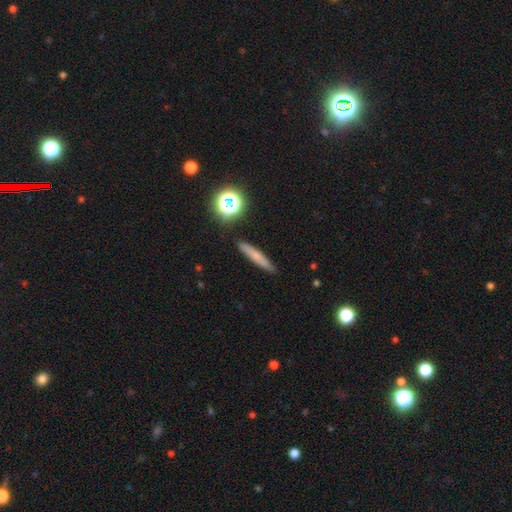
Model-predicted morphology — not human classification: A smooth galaxy with no disk features (64%) that is cigar-shaped (90%).

Vote fractions:
- Smooth or featured? smooth: 64% / featured or disk: 24% / star or artifact: 12%
- How rounded? cigar-shaped: 90% / in between: 7% / round: 3%
- Merging? none: 87% / minor disturbance: 9% / major disturbance: 2% / merger: 2%